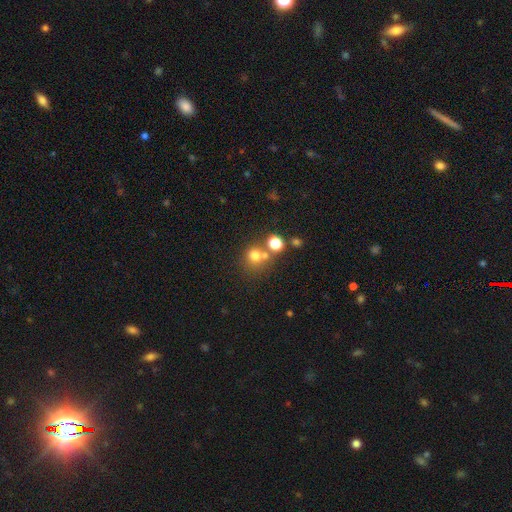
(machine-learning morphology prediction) smooth-or-featured: smooth: 71% | star or artifact: 18% | featured or disk: 11%
  how-rounded: round: 82% | in between: 17% | cigar-shaped: 1%
  merging: none: 53% | merger: 33% | minor disturbance: 9% | major disturbance: 5%